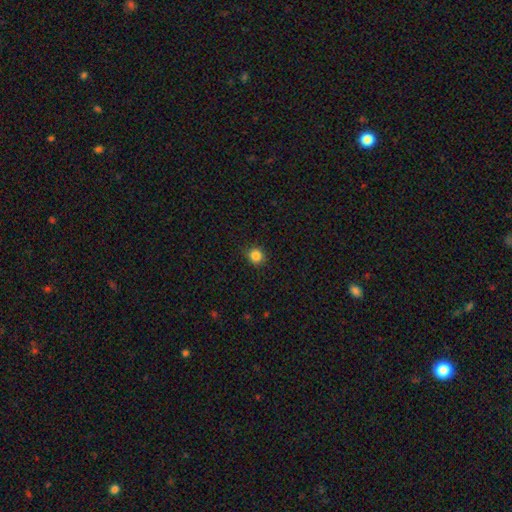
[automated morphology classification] The model was most divided on "smooth or featured": smooth: 85%, star or artifact: 12%, featured or disk: 4%. More confident: how rounded — round (92%); merging — none (91%).